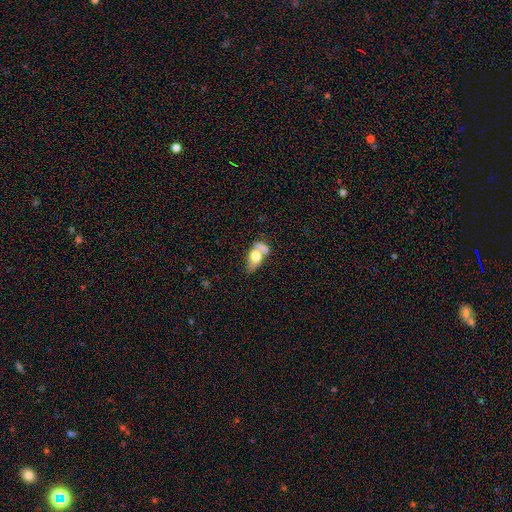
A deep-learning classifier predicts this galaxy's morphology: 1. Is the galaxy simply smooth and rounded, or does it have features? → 55% smooth, 37% featured or disk, 8% star or artifact.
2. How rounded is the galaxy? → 79% in between, 14% round, 7% cigar-shaped.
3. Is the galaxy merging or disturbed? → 50% merger, 20% none, 16% major disturbance, 14% minor disturbance.